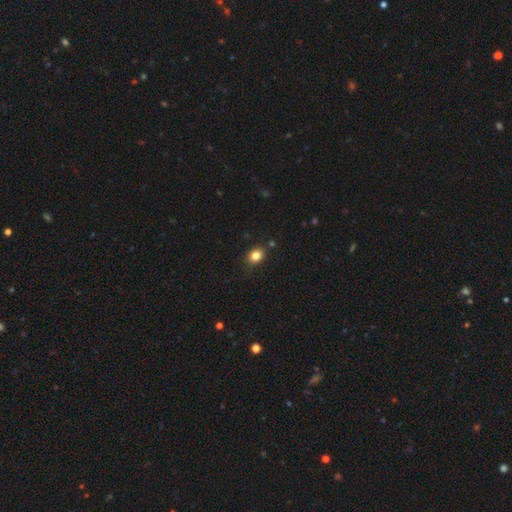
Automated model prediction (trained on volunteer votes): Morphology: type=smooth (83%); roundness=in between (50%); merging=none (83%).